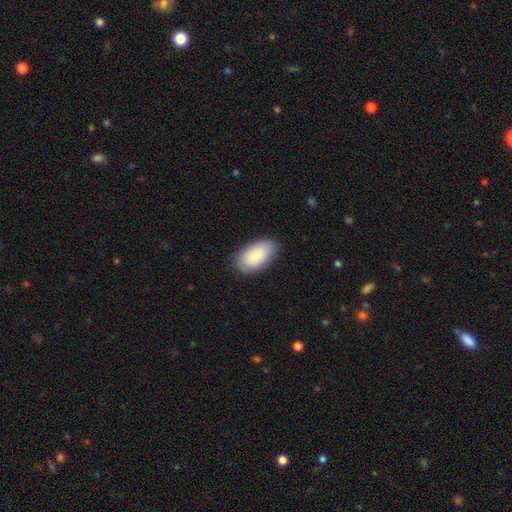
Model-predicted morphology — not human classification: Smooth or featured? Predicted: smooth (p=0.86). How rounded? Predicted: in between (p=0.95). Merging? Predicted: none (p=0.85).